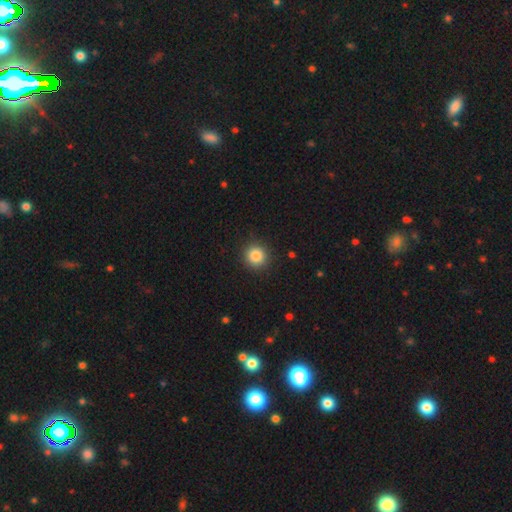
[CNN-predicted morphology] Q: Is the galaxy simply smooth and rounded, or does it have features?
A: smooth — 85%.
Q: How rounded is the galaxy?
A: round — 92%.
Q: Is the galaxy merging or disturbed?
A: none — 90%.